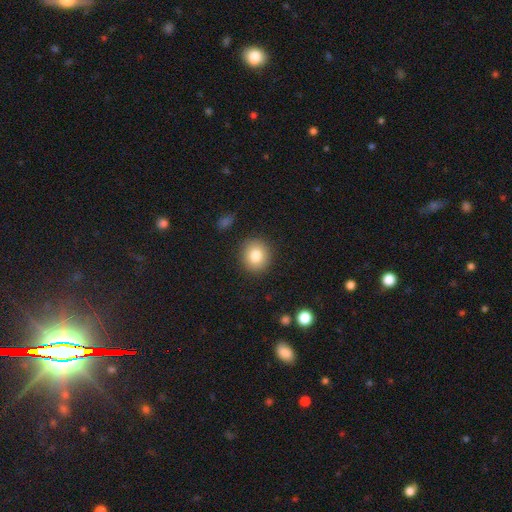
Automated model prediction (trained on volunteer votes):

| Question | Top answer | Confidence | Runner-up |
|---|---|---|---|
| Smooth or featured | smooth | 81% | star or artifact (9%) |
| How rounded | round | 83% | in between (16%) |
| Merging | none | 89% | minor disturbance (7%) |